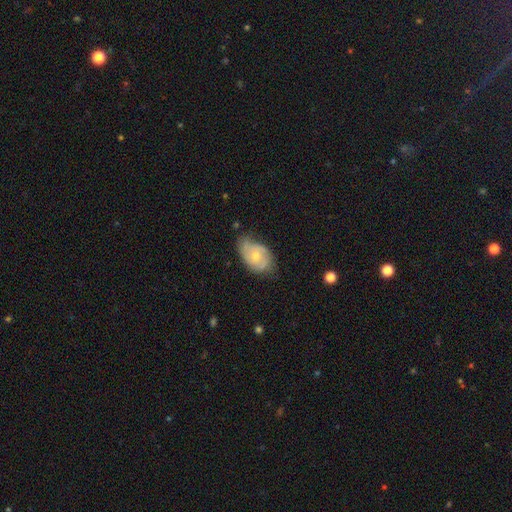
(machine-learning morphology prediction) Overall: featured or disk (47%; smooth 46%). Merging: none (47%; minor disturbance 39%).